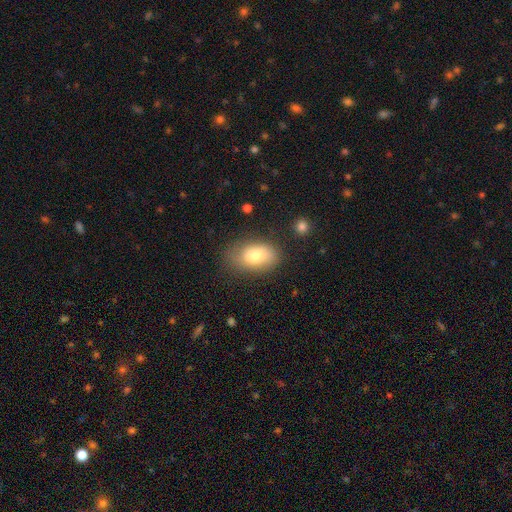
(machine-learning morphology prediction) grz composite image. It shows a smooth galaxy with no disk features (77%) that is in between round and cigar-shaped (89%). Merging: none (75%).